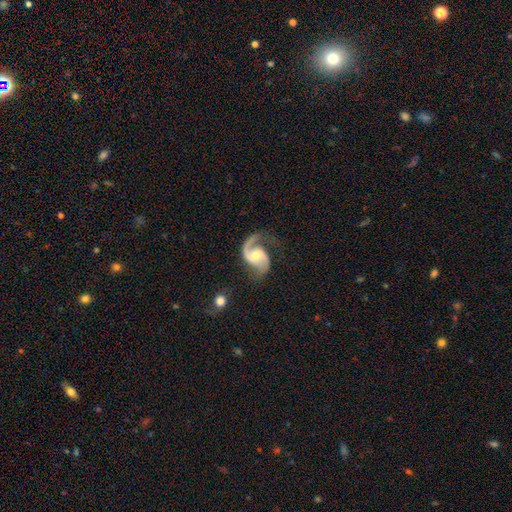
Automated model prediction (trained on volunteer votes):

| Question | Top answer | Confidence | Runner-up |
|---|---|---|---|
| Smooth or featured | featured or disk | 91% | smooth (5%) |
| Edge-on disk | no | 98% | yes (2%) |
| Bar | no | 46% | weak (41%) |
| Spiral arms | yes | 98% | no (2%) |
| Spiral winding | medium | 49% | loose (40%) |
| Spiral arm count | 2 | 80% | 1 (16%) |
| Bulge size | moderate | 58% | small (34%) |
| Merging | none | 62% | minor disturbance (20%) |